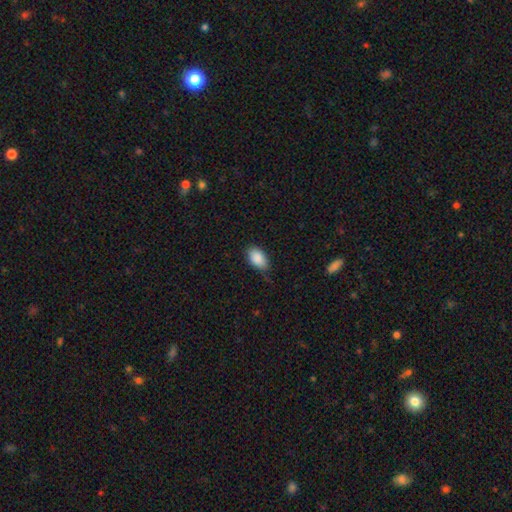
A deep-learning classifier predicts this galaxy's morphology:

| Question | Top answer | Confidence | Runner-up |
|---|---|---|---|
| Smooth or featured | smooth | 89% | star or artifact (7%) |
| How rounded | in between | 92% | round (6%) |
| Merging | none | 74% | minor disturbance (21%) |